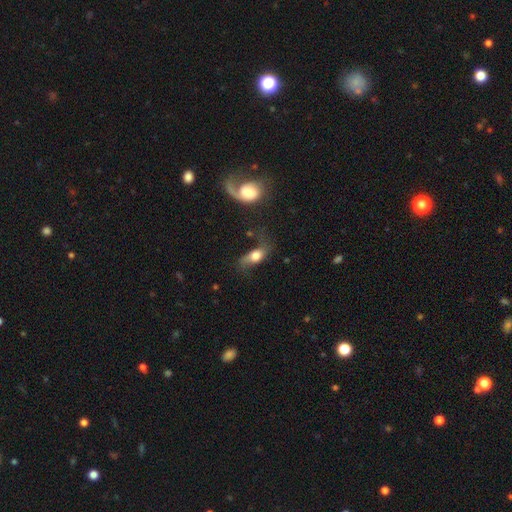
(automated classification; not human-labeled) Smooth or featured? smooth (56%)
How rounded? in between (76%)
Merging? none (43%)